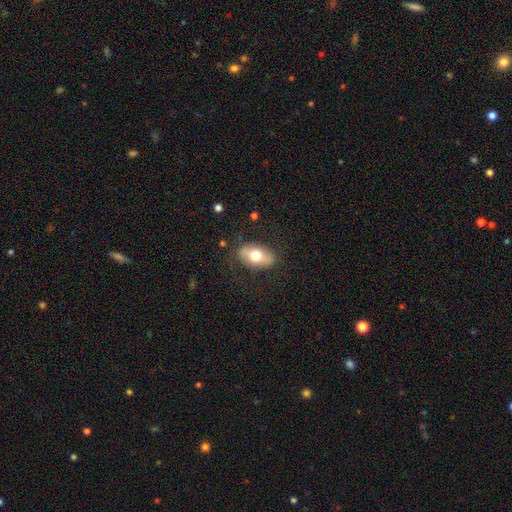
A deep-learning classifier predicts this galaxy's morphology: smooth_or_featured: smooth (p=0.62) [alt: featured or disk p=0.31]
how_rounded: in between (p=0.89) [alt: round p=0.09]
merging: none (p=0.80) [alt: minor disturbance p=0.14]